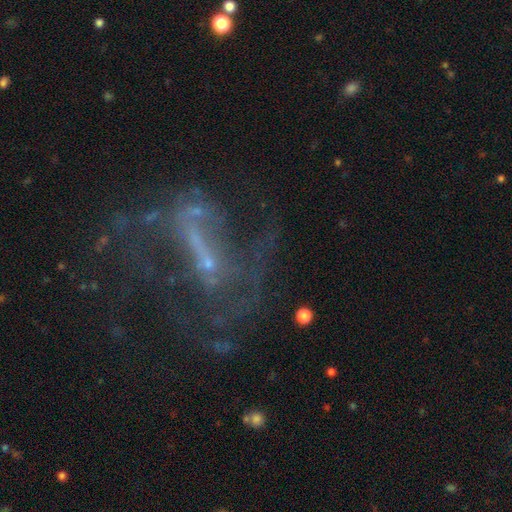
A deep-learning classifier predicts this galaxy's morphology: Smooth or featured: featured or disk — 69% (star or artifact — 19%)
Edge-on disk: no — 93% (yes — 7%)
Bar: no — 36% (weak — 34%)
Spiral arms: yes — 55% (no — 45%)
Bulge size: small — 54% (none — 31%)
Merging: none — 41% (major disturbance — 37%)